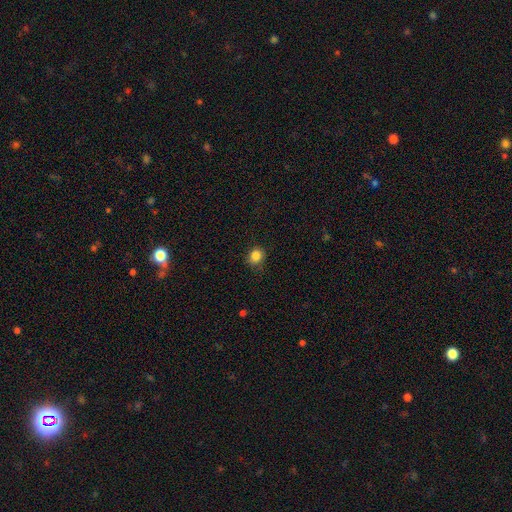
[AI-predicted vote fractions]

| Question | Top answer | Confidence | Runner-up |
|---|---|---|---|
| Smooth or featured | smooth | 85% | star or artifact (11%) |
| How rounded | round | 74% | in between (25%) |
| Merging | none | 81% | minor disturbance (15%) |